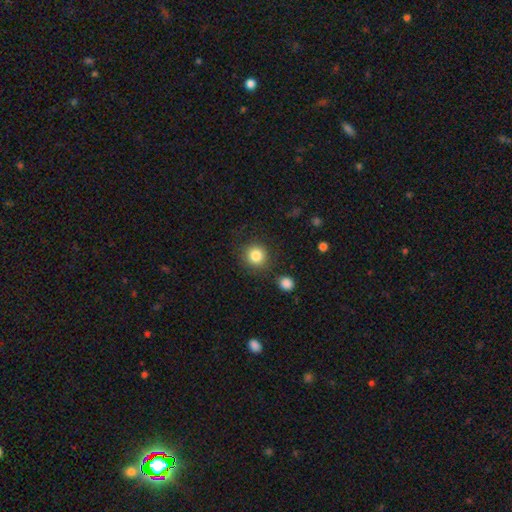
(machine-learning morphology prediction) Smooth or featured? smooth (84%)
How rounded? round (92%)
Merging? none (84%)